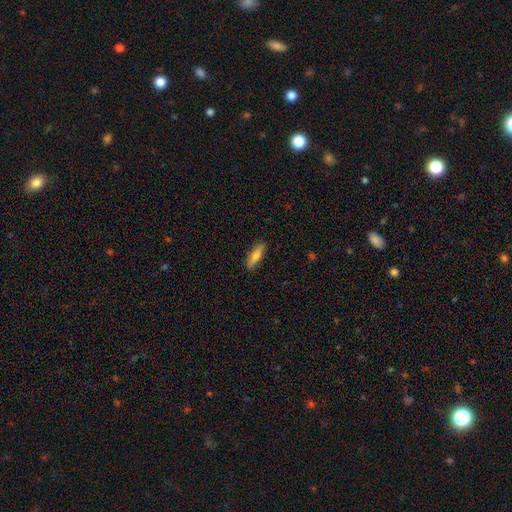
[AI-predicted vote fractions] Overall: smooth (61%; featured or disk 33%). How rounded: cigar-shaped (58%; in between 39%). Merging: none (87%).